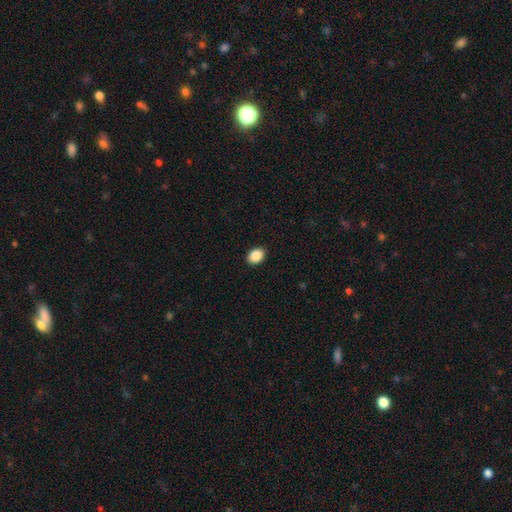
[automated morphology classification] smooth_or_featured: smooth (p=0.89) [alt: star or artifact p=0.08]
how_rounded: in between (p=0.73) [alt: round p=0.26]
merging: none (p=0.91) [alt: minor disturbance p=0.06]